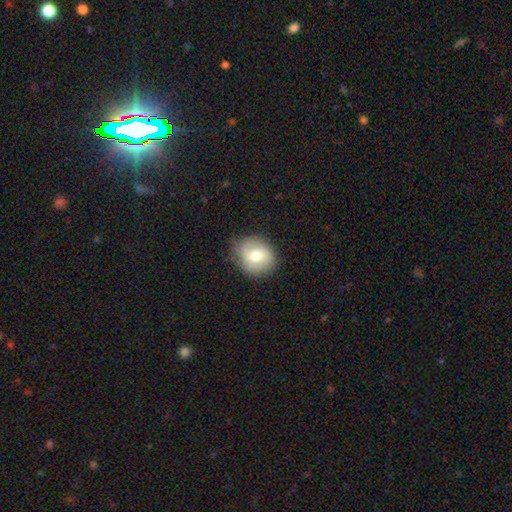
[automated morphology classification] smooth-or-featured: smooth: 58% | featured or disk: 35% | star or artifact: 7%
  how-rounded: round: 72% | in between: 27% | cigar-shaped: 1%
  merging: none: 77% | minor disturbance: 17% | major disturbance: 5% | merger: 1%